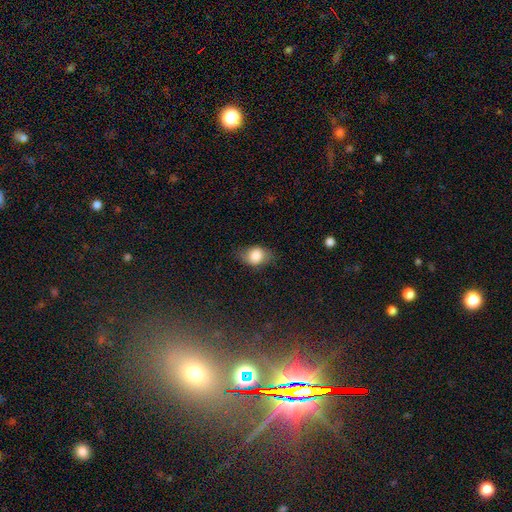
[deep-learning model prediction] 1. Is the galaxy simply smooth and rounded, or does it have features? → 80% smooth, 12% featured or disk, 9% star or artifact.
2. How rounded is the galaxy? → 69% in between, 30% round, 2% cigar-shaped.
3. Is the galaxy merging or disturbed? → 69% none, 23% minor disturbance, 7% major disturbance, 1% merger.